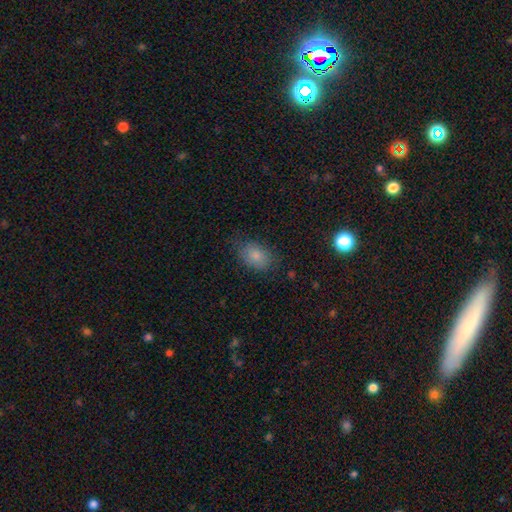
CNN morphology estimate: type=smooth (83%); roundness=in between (83%); merging=none (73%).